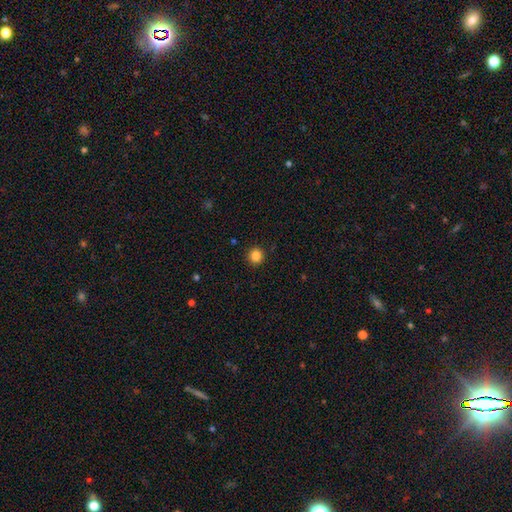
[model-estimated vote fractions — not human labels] Overall: smooth (86%). How rounded: round (92%). Merging: none (91%).